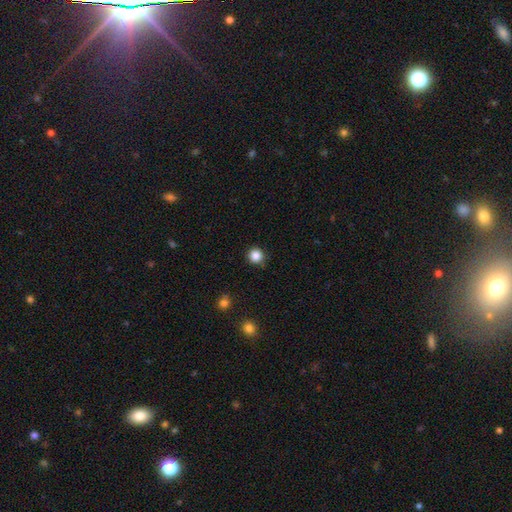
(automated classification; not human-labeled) smooth-or-featured: smooth: 85% | star or artifact: 12% | featured or disk: 4%
  how-rounded: round: 94% | in between: 5% | cigar-shaped: 1%
  merging: none: 88% | minor disturbance: 8% | major disturbance: 2% | merger: 1%